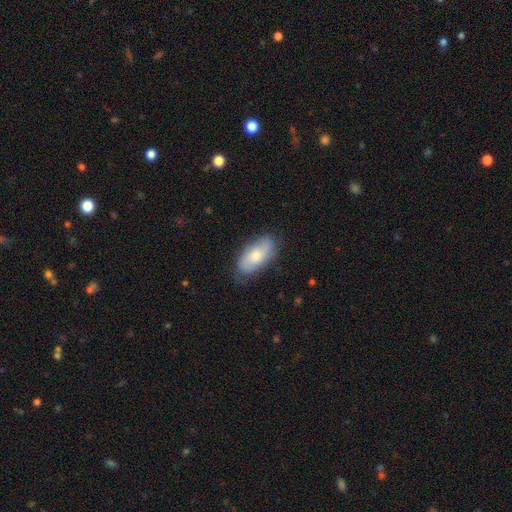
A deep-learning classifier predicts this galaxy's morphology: Smooth or featured? Predicted: smooth (p=0.62). How rounded? Predicted: in between (p=0.90). Merging? Predicted: none (p=0.74).